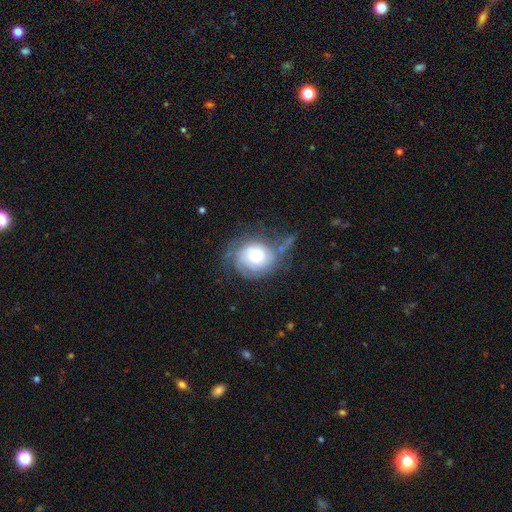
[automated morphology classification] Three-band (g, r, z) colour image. It shows a featured or disk galaxy (58%) with no bar (80%), spiral arms (81%) and a moderate central bulge (51%). Merging: none (44%).